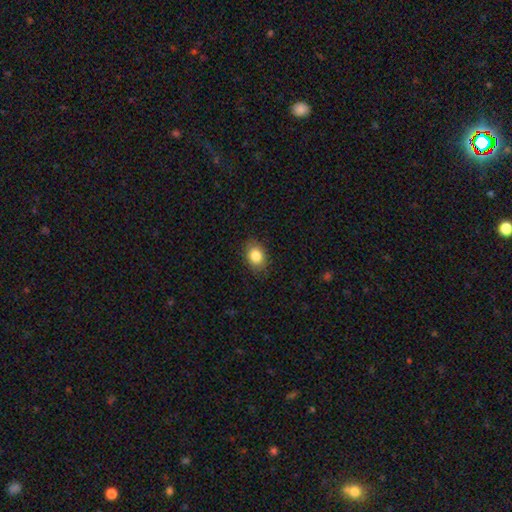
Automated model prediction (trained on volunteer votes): Smooth or featured?
  - smooth: 84% *
  - star or artifact: 9%
  - featured or disk: 7%
How rounded?
  - in between: 65% *
  - round: 34%
  - cigar-shaped: 1%
Merging?
  - none: 85% *
  - minor disturbance: 11%
  - major disturbance: 3%
  - merger: 1%